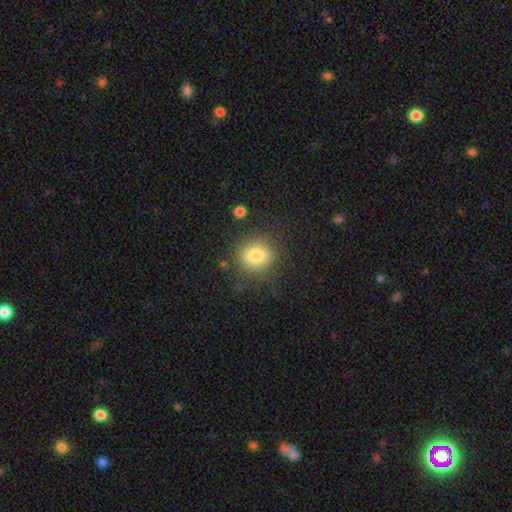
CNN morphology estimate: smooth 82%, star or artifact 10%, featured or disk 7%. Down the decision tree: how rounded — round (66%); merging — none (81%).